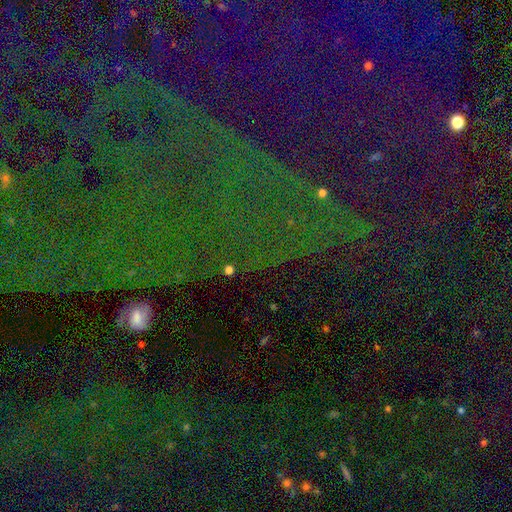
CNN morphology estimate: A star or artifact, not a galaxy (83%).